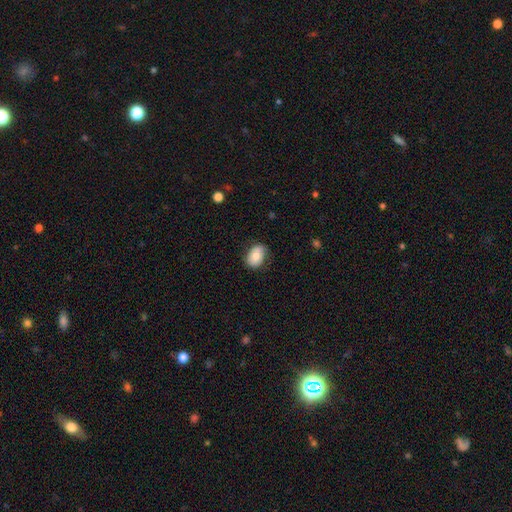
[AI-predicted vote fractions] A smooth galaxy with no disk features (77%) that is in between round and cigar-shaped (81%). Merging: none (76%).